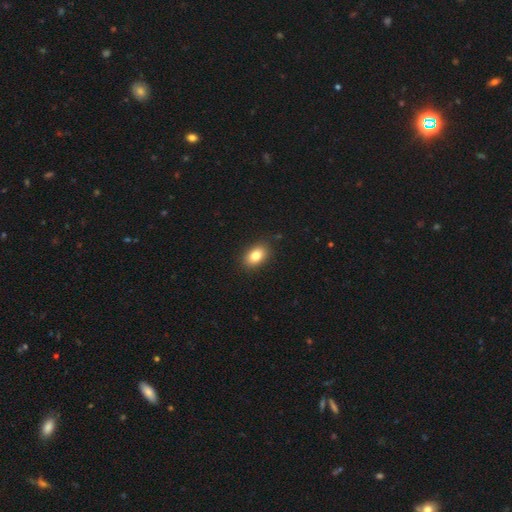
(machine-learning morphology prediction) A smooth galaxy with no disk features (82%) that is in between round and cigar-shaped (83%).

Vote fractions:
- Smooth or featured? smooth: 82% / featured or disk: 9% / star or artifact: 9%
- How rounded? in between: 83% / round: 15% / cigar-shaped: 2%
- Merging? none: 87% / minor disturbance: 9% / major disturbance: 2% / merger: 1%